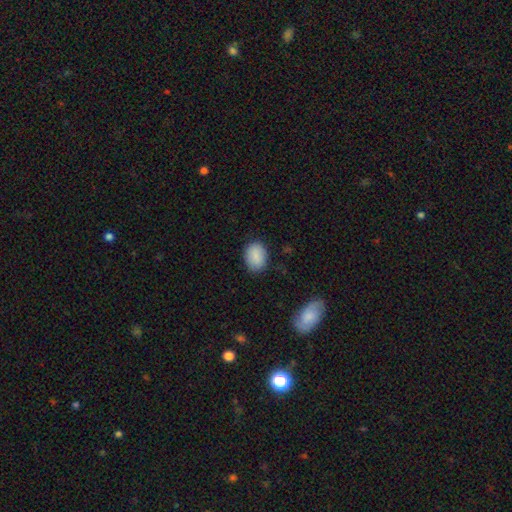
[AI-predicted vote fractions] This is clearly a smooth galaxy (88%). How rounded: likely in between (73%). Merging: clearly none (82%).